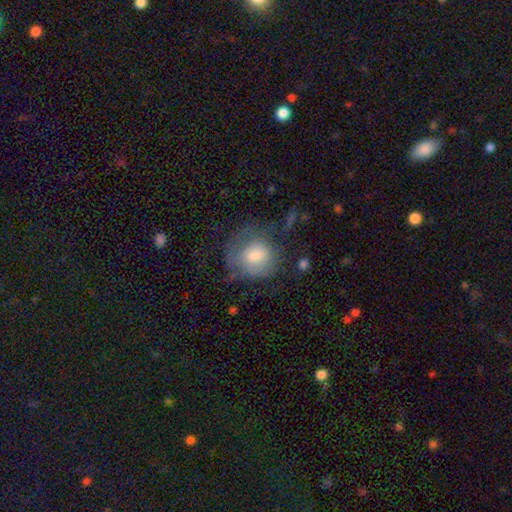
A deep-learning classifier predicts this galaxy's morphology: The model was most divided on "merging": none: 44%, major disturbance: 27%, minor disturbance: 27%, merger: 2%. More confident: how rounded — round (75%); smooth or featured — smooth (65%).